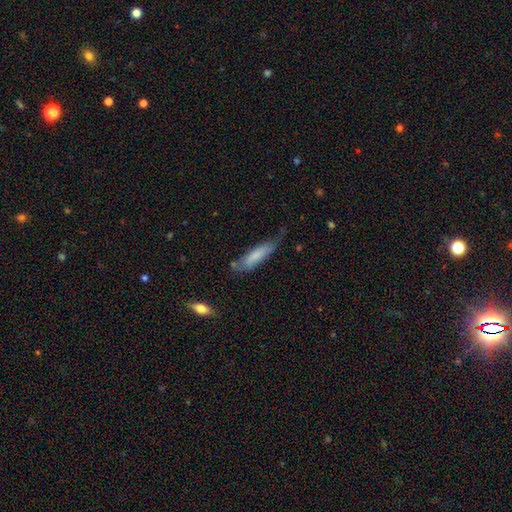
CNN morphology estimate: This appears to be a smooth galaxy with no disk features (73%) that is cigar-shaped (70%). Merging: none (46%).